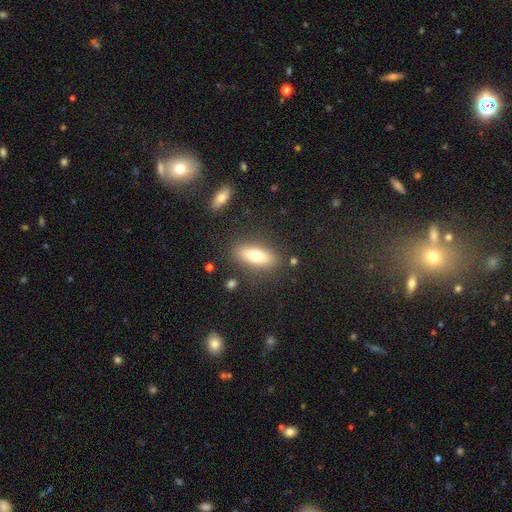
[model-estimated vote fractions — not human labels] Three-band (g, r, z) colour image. It shows a smooth galaxy with no disk features (68%) that is in between round and cigar-shaped (54%). Merging: none (83%).